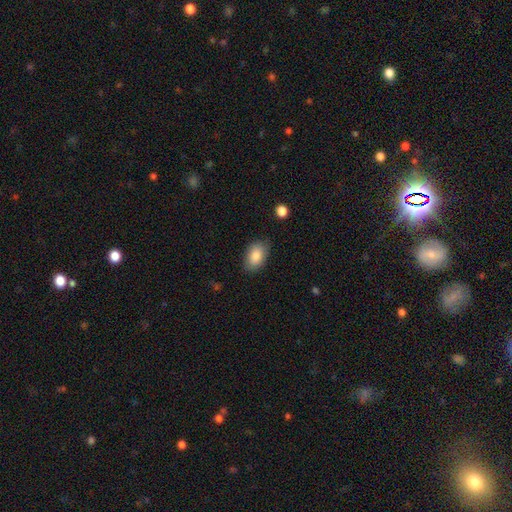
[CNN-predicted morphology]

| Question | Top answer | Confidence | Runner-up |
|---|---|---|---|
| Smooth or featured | smooth | 86% | featured or disk (8%) |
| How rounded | in between | 91% | round (7%) |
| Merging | none | 80% | minor disturbance (15%) |